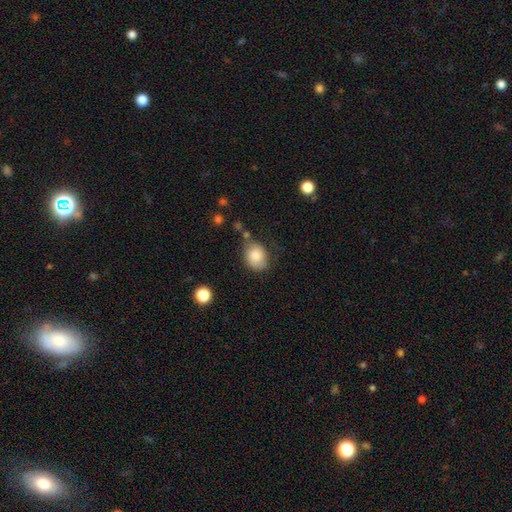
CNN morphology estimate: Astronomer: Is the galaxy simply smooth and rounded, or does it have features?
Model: smooth — 80%.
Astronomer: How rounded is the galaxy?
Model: in between — 52% (runner-up: round, 47%).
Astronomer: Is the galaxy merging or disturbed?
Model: none — 61%.